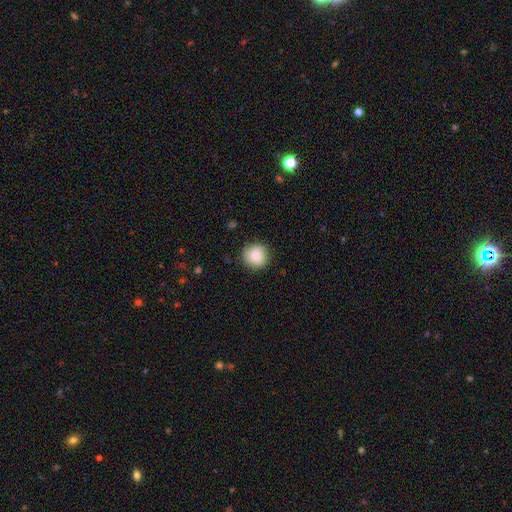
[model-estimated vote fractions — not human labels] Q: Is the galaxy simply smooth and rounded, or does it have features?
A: smooth — 84%.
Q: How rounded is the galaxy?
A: round — 93%.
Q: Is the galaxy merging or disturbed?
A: none — 87%.